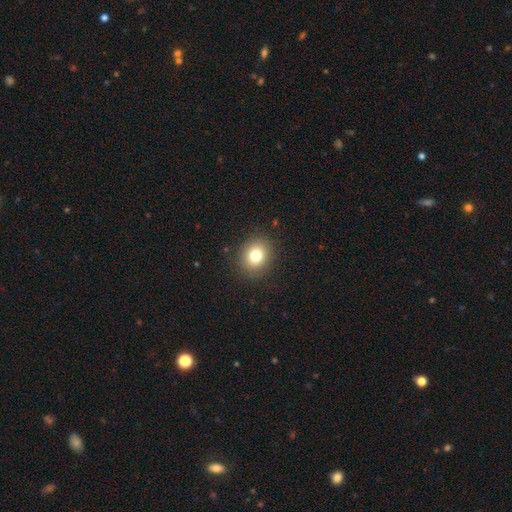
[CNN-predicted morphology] smooth 78%, star or artifact 12%, featured or disk 10%. Down the decision tree: how rounded — round (69%); merging — none (88%).